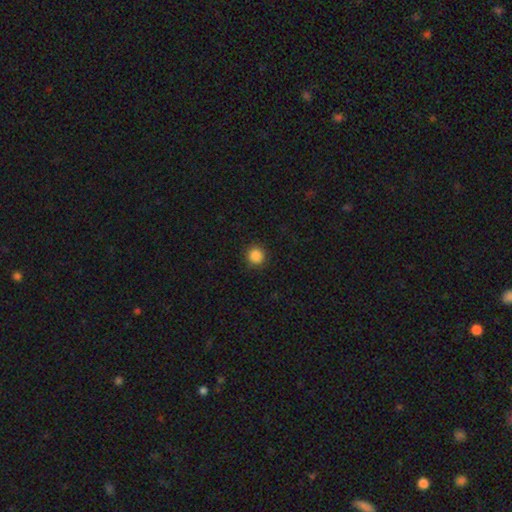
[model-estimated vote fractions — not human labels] smooth-or-featured: smooth: 87% | star or artifact: 10% | featured or disk: 3%
  how-rounded: round: 92% | in between: 7% | cigar-shaped: 1%
  merging: none: 90% | minor disturbance: 7% | major disturbance: 2% | merger: 1%